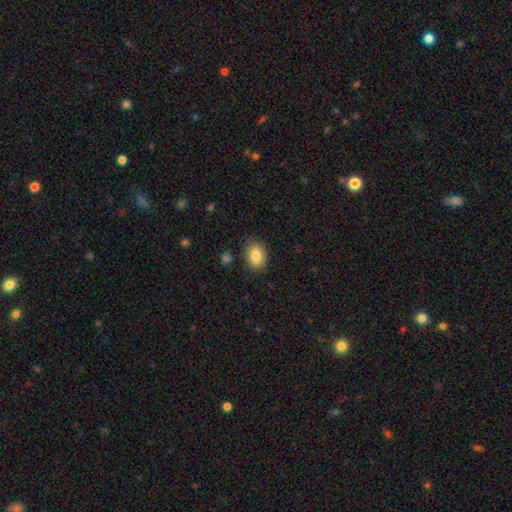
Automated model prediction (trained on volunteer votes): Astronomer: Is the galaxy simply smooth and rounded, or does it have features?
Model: smooth — 85%.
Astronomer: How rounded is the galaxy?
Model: in between — 79%.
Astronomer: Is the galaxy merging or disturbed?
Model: none — 85%.